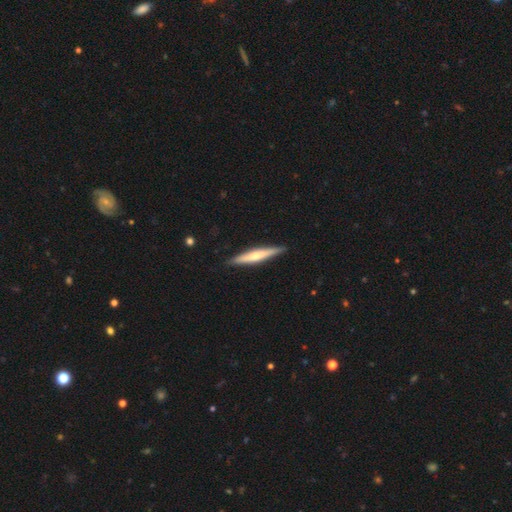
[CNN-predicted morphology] The model was most divided on "smooth or featured": smooth: 48%, featured or disk: 47%, star or artifact: 5%. More confident: merging — none (89%).